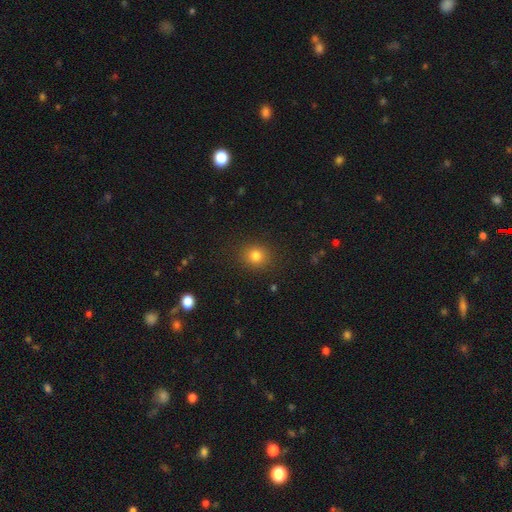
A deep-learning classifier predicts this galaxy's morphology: smooth-or-featured: smooth: 81% | star or artifact: 13% | featured or disk: 6%
  how-rounded: round: 79% | in between: 20% | cigar-shaped: 1%
  merging: none: 88% | minor disturbance: 8% | major disturbance: 3% | merger: 1%